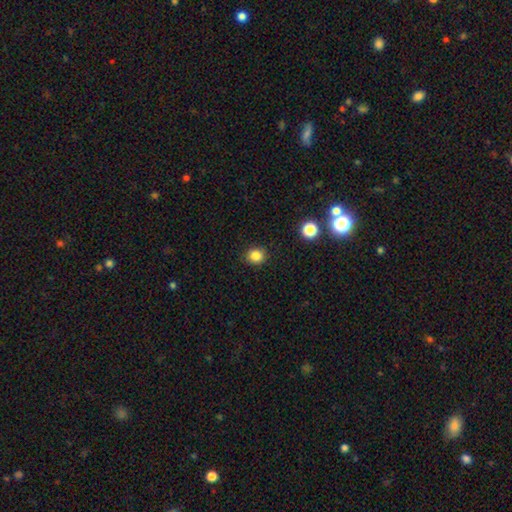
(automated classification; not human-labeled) smooth 83%, star or artifact 12%, featured or disk 4%. Down the decision tree: how rounded — round (83%); merging — none (89%).